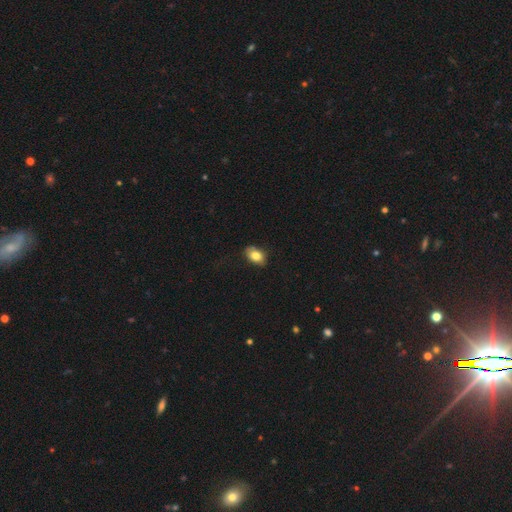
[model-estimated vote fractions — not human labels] This is clearly a smooth galaxy (81%). How rounded: clearly in between (85%). Merging: likely none (77%).